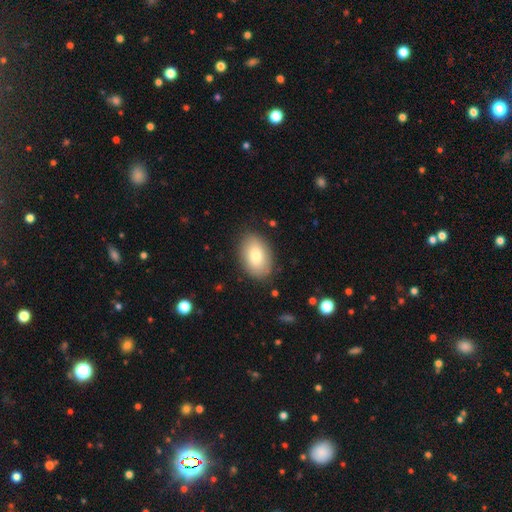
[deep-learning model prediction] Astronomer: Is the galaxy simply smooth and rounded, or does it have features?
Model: smooth — 80%.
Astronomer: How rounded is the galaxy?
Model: in between — 91%.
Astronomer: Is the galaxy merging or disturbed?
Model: none — 85%.